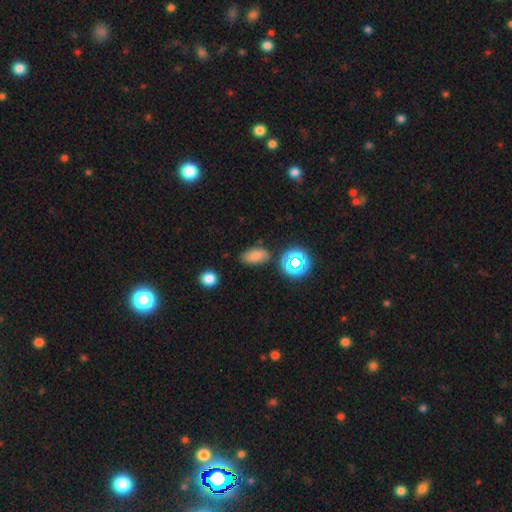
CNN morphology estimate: Smooth or featured? Predicted: smooth (p=0.73). How rounded? Predicted: in between (p=0.87). Merging? Predicted: none (p=0.77).